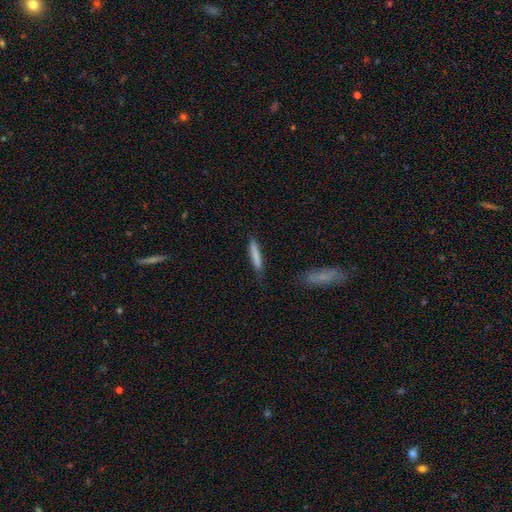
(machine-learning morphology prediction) Smooth or featured: smooth — 80% (featured or disk — 14%)
How rounded: cigar-shaped — 92% (in between — 7%)
Merging: none — 82% (minor disturbance — 13%)